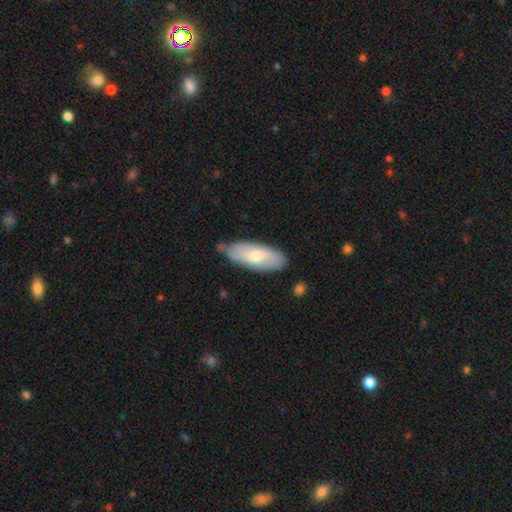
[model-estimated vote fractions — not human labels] Smooth or featured? Predicted: smooth (p=0.56). How rounded? Predicted: in between (p=0.79). Merging? Predicted: none (p=0.70).